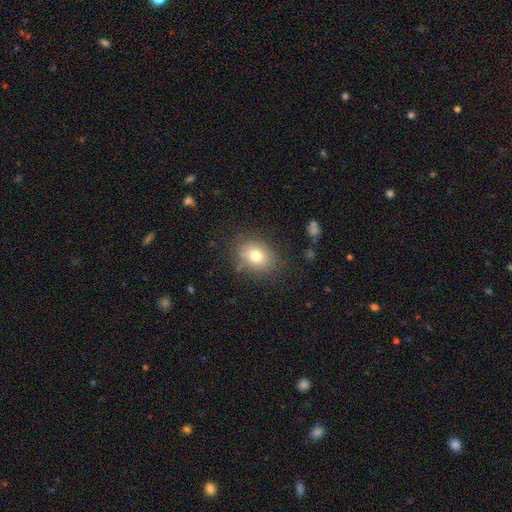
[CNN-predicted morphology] The model was most divided on "how rounded": in between: 52%, round: 47%, cigar-shaped: 1%. More confident: merging — none (79%); smooth or featured — smooth (76%).